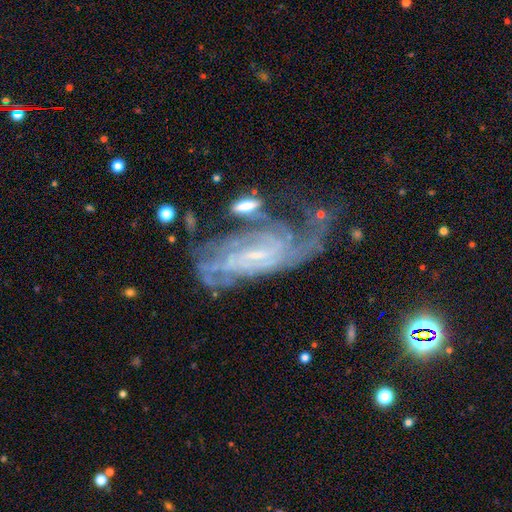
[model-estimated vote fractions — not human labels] Overall: featured or disk (84%). Edge-on disk: no (94%). Bar: weak (43%; no 36%). Spiral arms: yes (94%). Spiral arm count: can't tell (36%; 2 23%). Spiral winding: tight (52%; medium 35%). Bulge size: small (75%). Merging: none (40%; major disturbance 27%).